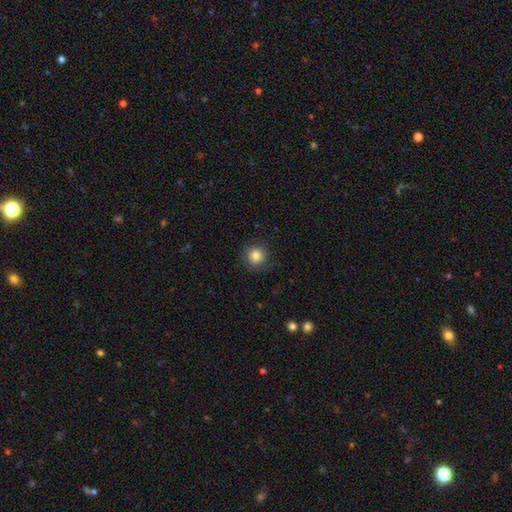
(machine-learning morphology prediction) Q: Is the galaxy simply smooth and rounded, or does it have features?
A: smooth — 83%.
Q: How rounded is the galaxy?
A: round — 94%.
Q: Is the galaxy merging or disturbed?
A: none — 87%.